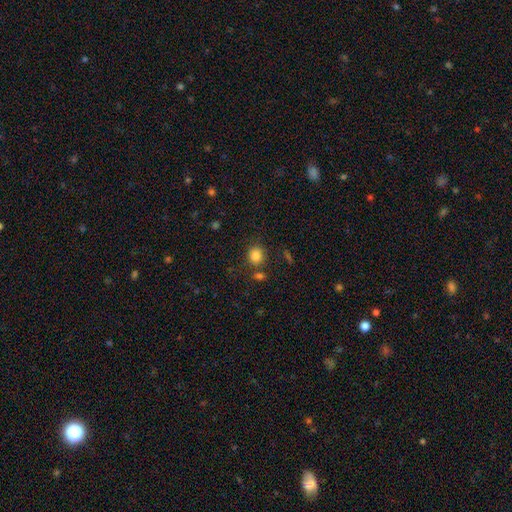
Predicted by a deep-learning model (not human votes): Q: Smooth or featured?
A: smooth (84%); runner-up: star or artifact (11%)
Q: How rounded?
A: round (80%); runner-up: in between (19%)
Q: Merging?
A: none (78%); runner-up: minor disturbance (10%)